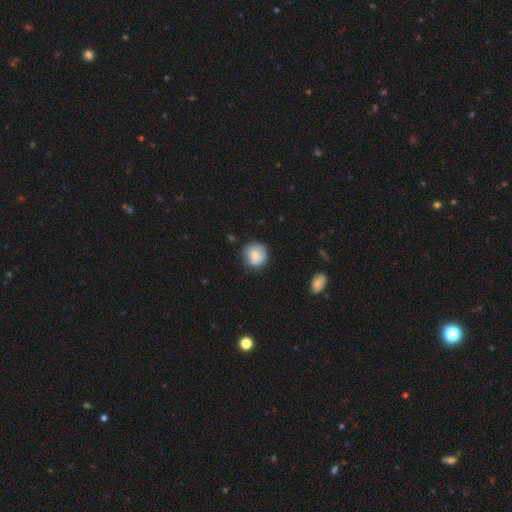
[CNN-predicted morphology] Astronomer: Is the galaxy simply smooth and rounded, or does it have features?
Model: smooth — 80%.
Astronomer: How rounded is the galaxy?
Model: round — 88%.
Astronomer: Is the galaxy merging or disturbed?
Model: none — 76%.